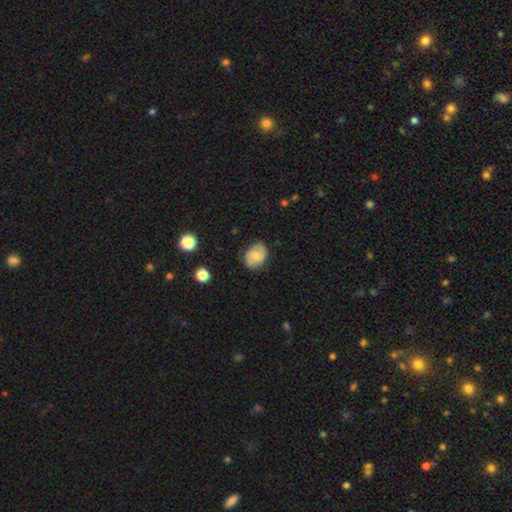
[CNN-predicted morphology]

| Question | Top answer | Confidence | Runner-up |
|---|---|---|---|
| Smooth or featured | smooth | 60% | featured or disk (33%) |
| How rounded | in between | 66% | round (33%) |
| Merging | none | 77% | minor disturbance (18%) |